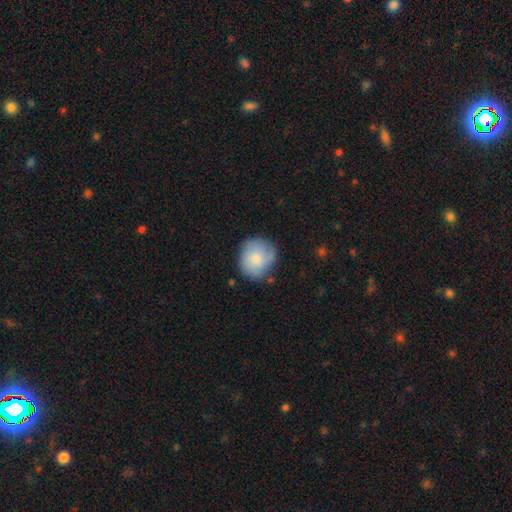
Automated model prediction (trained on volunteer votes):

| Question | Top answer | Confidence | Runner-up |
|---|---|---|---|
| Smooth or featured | smooth | 74% | featured or disk (19%) |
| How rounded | round | 83% | in between (16%) |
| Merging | none | 70% | minor disturbance (22%) |